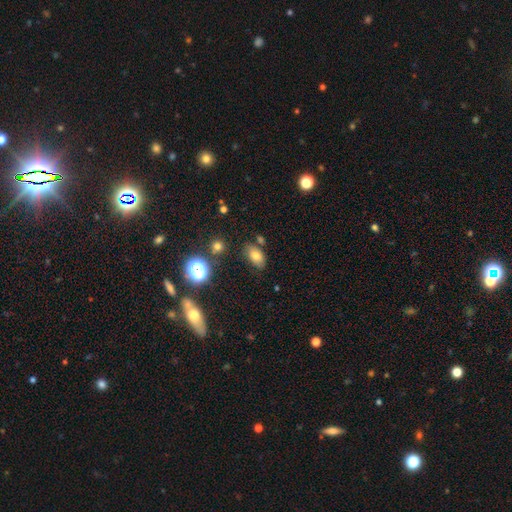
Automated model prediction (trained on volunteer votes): Overall: smooth (73%). How rounded: in between (88%). Merging: none (75%).